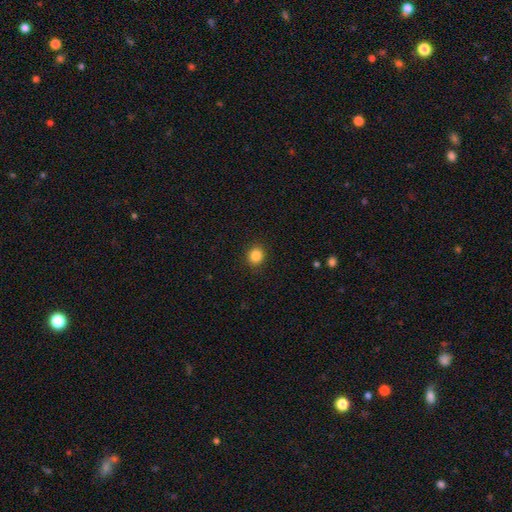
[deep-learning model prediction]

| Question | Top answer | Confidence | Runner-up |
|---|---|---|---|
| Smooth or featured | smooth | 85% | star or artifact (11%) |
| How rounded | round | 84% | in between (15%) |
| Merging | none | 91% | minor disturbance (6%) |